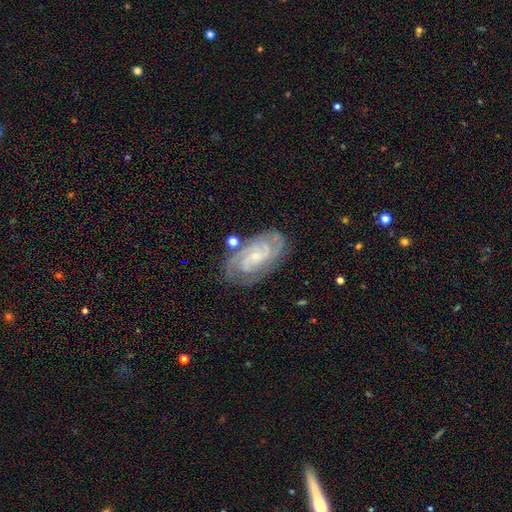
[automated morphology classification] Smooth or featured? Predicted: featured or disk (p=0.86). Edge-on disk? Predicted: no (p=0.96). Bar? Predicted: no (p=0.59). Spiral arms? Predicted: yes (p=0.97). Spiral winding? Predicted: tight (p=0.67). Spiral arm count? Predicted: 2 (p=0.41). Bulge size? Predicted: small (p=0.79). Merging? Predicted: none (p=0.76).